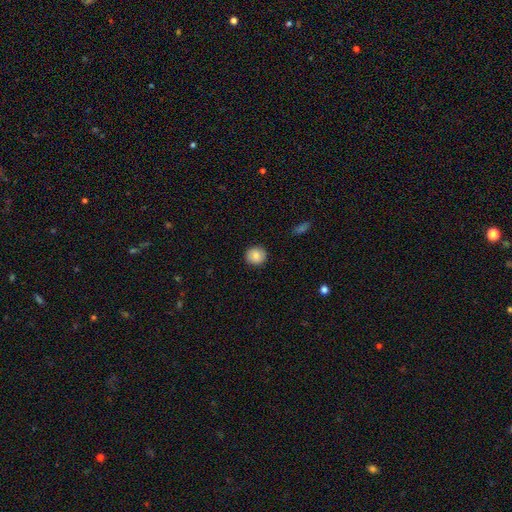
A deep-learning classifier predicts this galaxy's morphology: Q: Smooth or featured?
A: smooth (84%); runner-up: featured or disk (8%)
Q: How rounded?
A: round (89%); runner-up: in between (10%)
Q: Merging?
A: none (90%); runner-up: minor disturbance (7%)